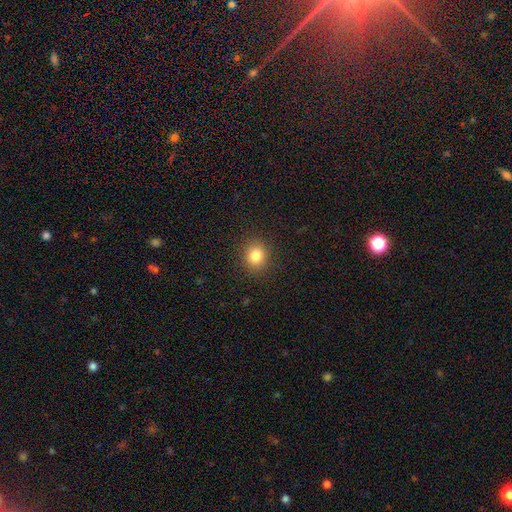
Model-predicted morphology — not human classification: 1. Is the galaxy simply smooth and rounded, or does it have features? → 82% smooth, 12% star or artifact, 6% featured or disk.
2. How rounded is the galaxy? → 78% round, 22% in between, 1% cigar-shaped.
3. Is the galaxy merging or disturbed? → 89% none, 7% minor disturbance, 3% major disturbance, 1% merger.